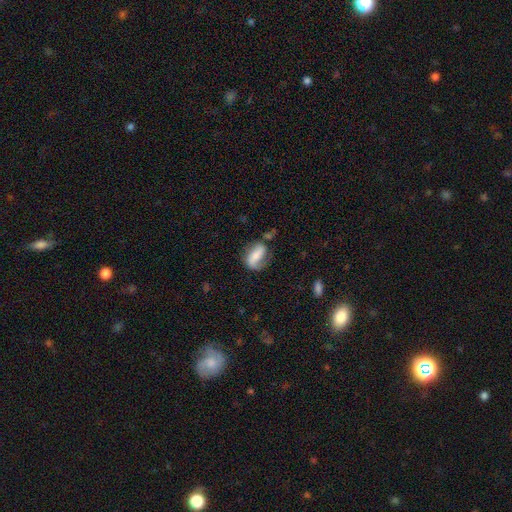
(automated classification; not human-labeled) smooth_or_featured: smooth (p=0.48) [alt: featured or disk p=0.44]
merging: none (p=0.52) [alt: minor disturbance p=0.26]